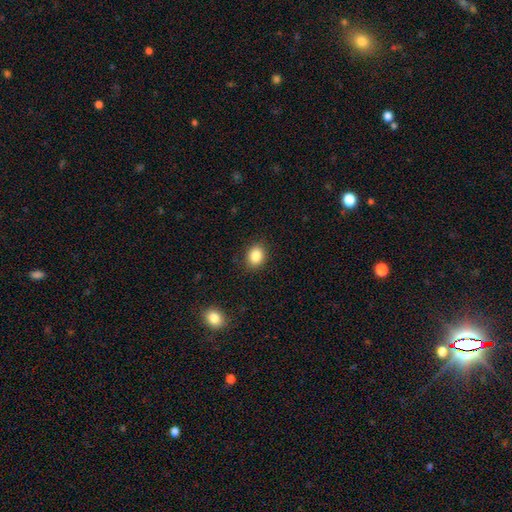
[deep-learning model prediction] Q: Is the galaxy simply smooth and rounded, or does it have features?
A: smooth — 85%.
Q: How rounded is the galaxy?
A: in between — 50%.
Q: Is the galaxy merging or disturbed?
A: none — 88%.